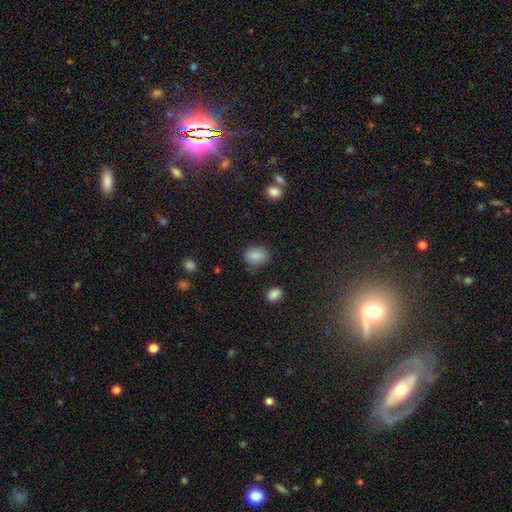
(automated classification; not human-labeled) A smooth galaxy with no disk features (86%) that is in between round and cigar-shaped (70%).

Vote fractions:
- Smooth or featured? smooth: 86% / star or artifact: 9% / featured or disk: 5%
- How rounded? in between: 70% / round: 29% / cigar-shaped: 1%
- Merging? none: 79% / minor disturbance: 15% / major disturbance: 4% / merger: 2%